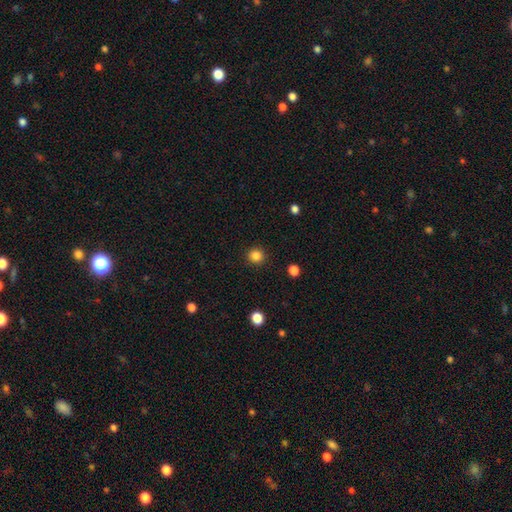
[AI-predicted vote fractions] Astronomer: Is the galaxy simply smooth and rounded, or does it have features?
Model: smooth — 85%.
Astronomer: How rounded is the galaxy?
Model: round — 92%.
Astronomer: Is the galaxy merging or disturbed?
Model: none — 91%.